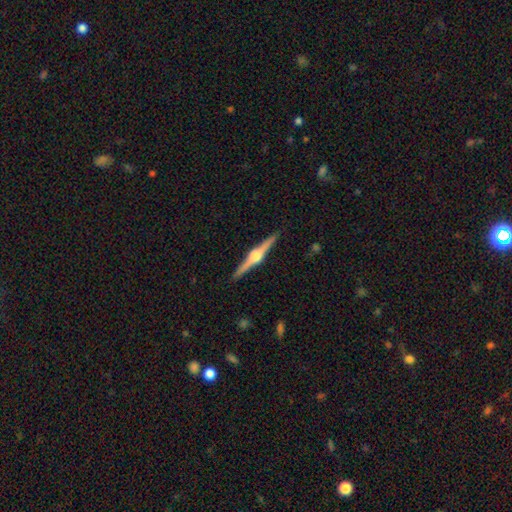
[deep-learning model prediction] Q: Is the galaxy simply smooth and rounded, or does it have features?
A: featured or disk — 86%.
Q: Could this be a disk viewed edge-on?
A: yes — 99%.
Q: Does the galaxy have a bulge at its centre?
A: rounded — 94%.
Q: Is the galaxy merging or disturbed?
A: none — 92%.